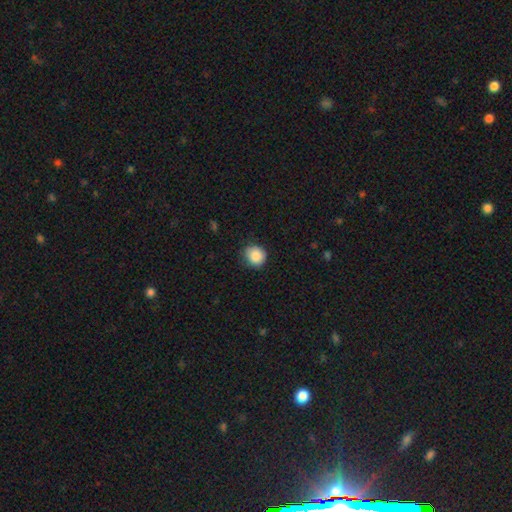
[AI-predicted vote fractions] Smooth or featured? smooth (88%)
How rounded? round (86%)
Merging? none (79%)